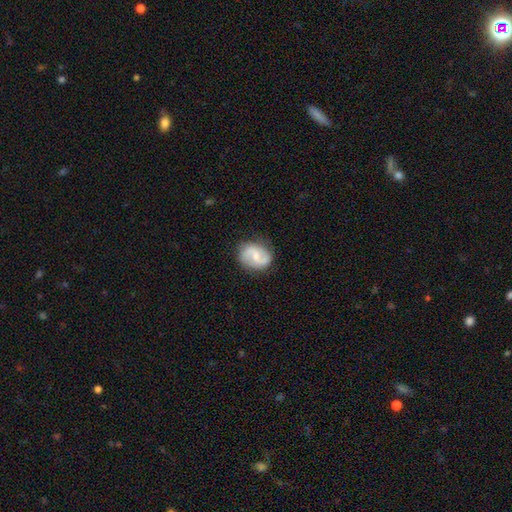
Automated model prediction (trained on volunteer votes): This appears to be a featured or disk galaxy (69%) with a weak bar (53%), 2 (88%) medium (45%) spiral arms (91%) and a moderate central bulge (46%). Merging: none (79%).